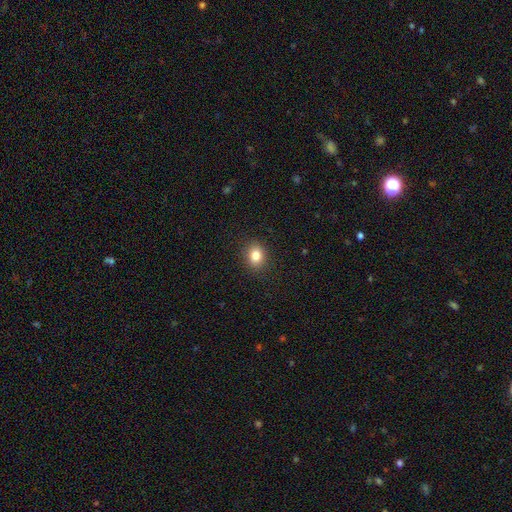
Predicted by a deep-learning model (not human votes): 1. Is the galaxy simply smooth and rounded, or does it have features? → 83% smooth, 10% star or artifact, 6% featured or disk.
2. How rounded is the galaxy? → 55% round, 44% in between, 1% cigar-shaped.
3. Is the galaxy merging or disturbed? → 89% none, 7% minor disturbance, 2% major disturbance, 1% merger.